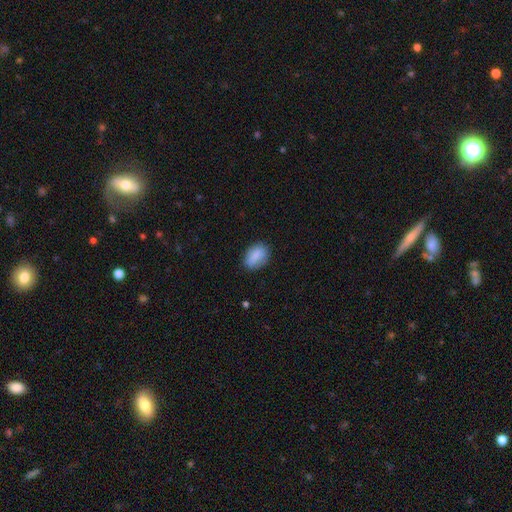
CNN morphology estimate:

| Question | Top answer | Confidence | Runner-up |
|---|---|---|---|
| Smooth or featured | smooth | 82% | featured or disk (10%) |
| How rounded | in between | 83% | round (14%) |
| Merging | none | 79% | minor disturbance (16%) |